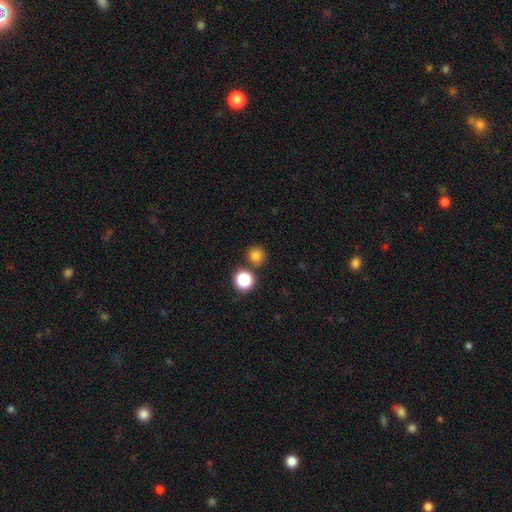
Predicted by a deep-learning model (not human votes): A smooth galaxy with no disk features (80%) that is round (93%).

Vote fractions:
- Smooth or featured? smooth: 80% / star or artifact: 15% / featured or disk: 5%
- How rounded? round: 93% / in between: 6% / cigar-shaped: 1%
- Merging? none: 81% / merger: 10% / minor disturbance: 6% / major disturbance: 2%